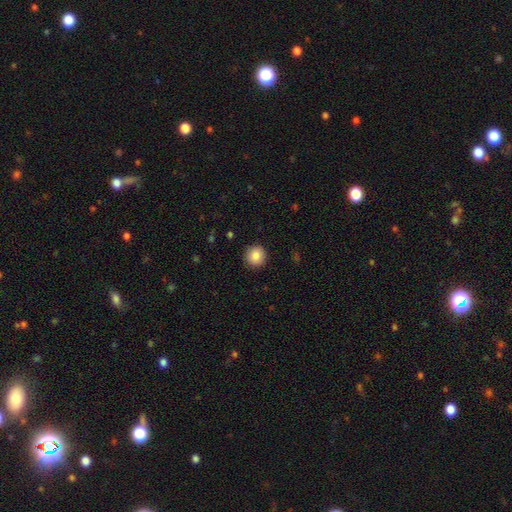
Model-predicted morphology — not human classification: Q: Smooth or featured?
A: smooth (87%); runner-up: star or artifact (8%)
Q: How rounded?
A: round (92%); runner-up: in between (7%)
Q: Merging?
A: none (91%); runner-up: minor disturbance (6%)